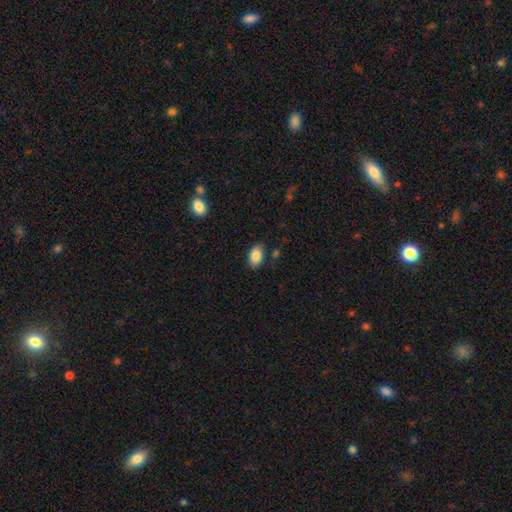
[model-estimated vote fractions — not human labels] This is clearly a smooth galaxy (87%). How rounded: clearly in between (91%). Merging: clearly none (84%).